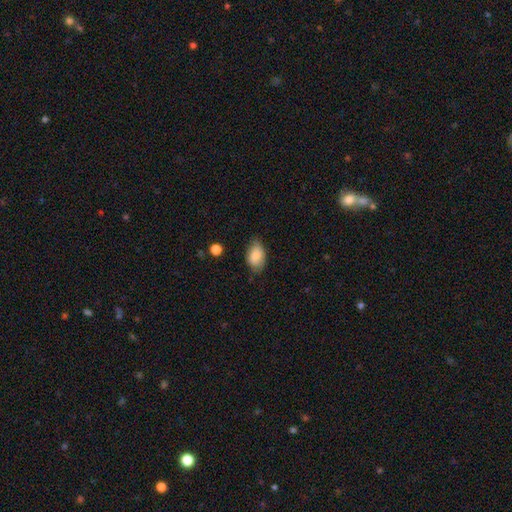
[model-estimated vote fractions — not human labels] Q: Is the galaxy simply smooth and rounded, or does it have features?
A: smooth — 85%.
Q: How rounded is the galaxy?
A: in between — 88%.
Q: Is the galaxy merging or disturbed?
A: none — 66%.